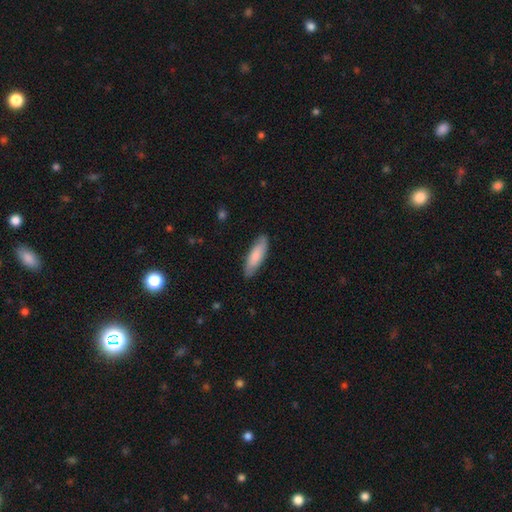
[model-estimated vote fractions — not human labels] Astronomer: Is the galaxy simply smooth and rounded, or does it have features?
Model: smooth — 78%.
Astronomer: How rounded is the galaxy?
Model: cigar-shaped — 49%, tied with in between at 49%.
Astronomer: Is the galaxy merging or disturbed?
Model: none — 86%.